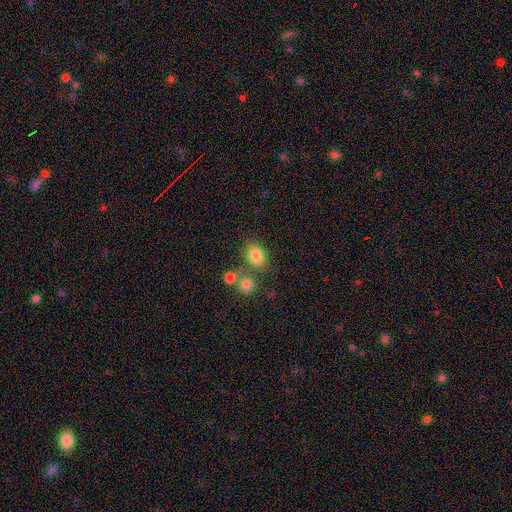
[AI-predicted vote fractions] A smooth galaxy with no disk features (82%) that is in between round and cigar-shaped (68%). Merging: none (64%).